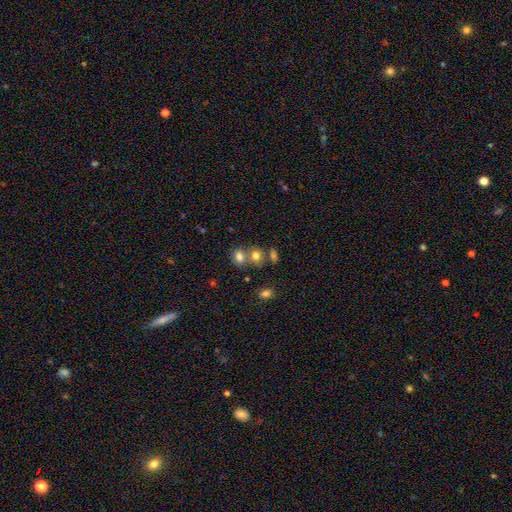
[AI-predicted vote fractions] Q: Smooth or featured?
A: smooth (74%); runner-up: star or artifact (14%)
Q: How rounded?
A: round (68%); runner-up: in between (31%)
Q: Merging?
A: merger (45%); runner-up: none (42%)